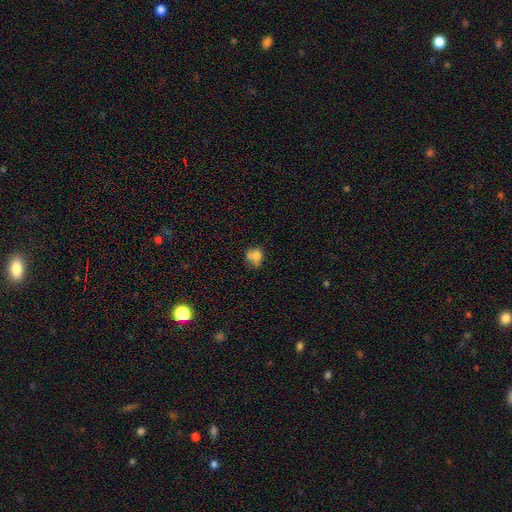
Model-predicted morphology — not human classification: A smooth galaxy with no disk features (70%) that is round (59%). Merging: none (37%).